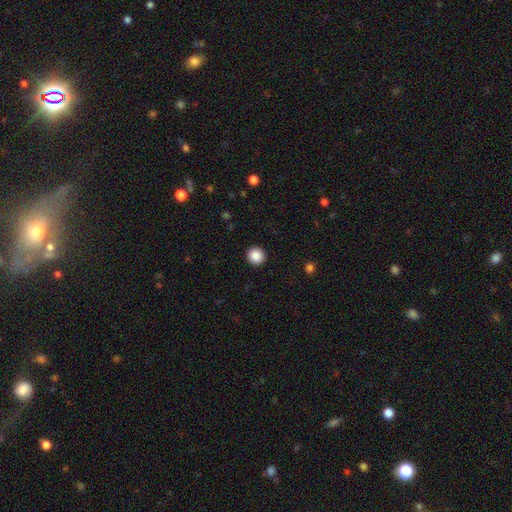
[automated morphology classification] This is clearly a smooth galaxy (88%). How rounded: clearly round (96%). Merging: clearly none (93%).